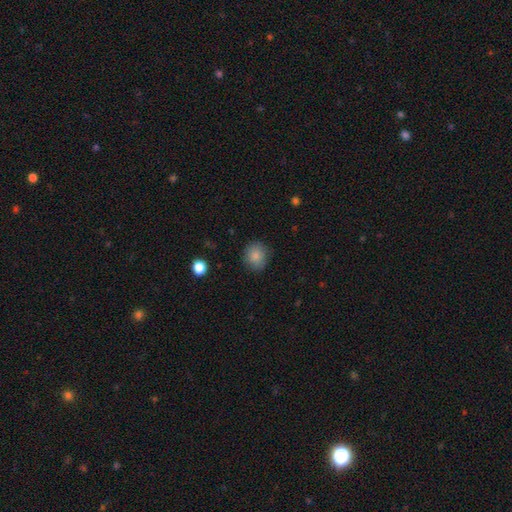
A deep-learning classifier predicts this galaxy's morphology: Smooth or featured? smooth (86%)
How rounded? round (81%)
Merging? none (84%)